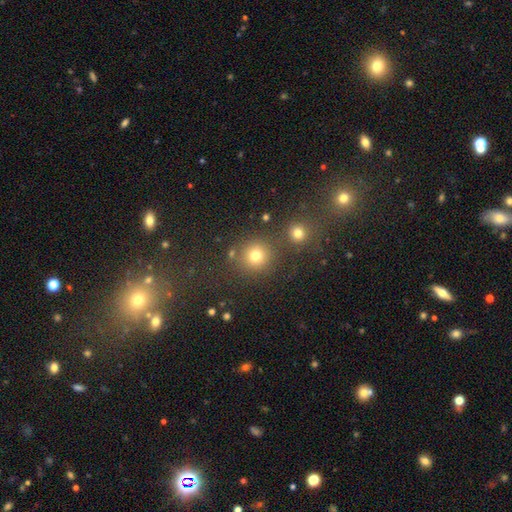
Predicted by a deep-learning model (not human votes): smooth-or-featured: smooth: 76% | star or artifact: 18% | featured or disk: 6%
  how-rounded: round: 91% | in between: 8% | cigar-shaped: 1%
  merging: none: 75% | merger: 13% | minor disturbance: 8% | major disturbance: 4%